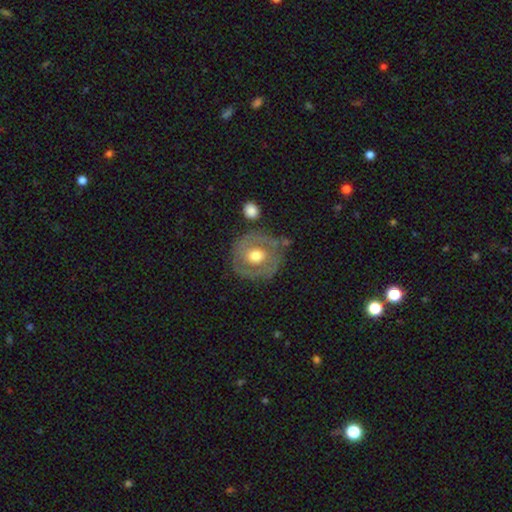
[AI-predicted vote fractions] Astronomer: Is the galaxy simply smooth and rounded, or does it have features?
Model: featured or disk — 61%.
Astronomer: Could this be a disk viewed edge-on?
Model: no — 96%.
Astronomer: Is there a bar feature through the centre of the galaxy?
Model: no — 78%.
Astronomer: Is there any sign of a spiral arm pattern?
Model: no — 51% (runner-up: yes, 49%).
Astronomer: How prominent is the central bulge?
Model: moderate — 72%.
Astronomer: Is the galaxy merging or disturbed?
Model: none — 67%.